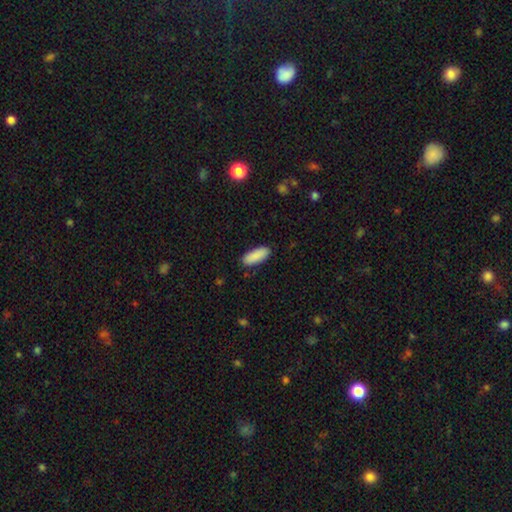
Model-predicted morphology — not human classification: Smooth or featured? smooth (90%)
How rounded? in between (73%)
Merging? none (88%)